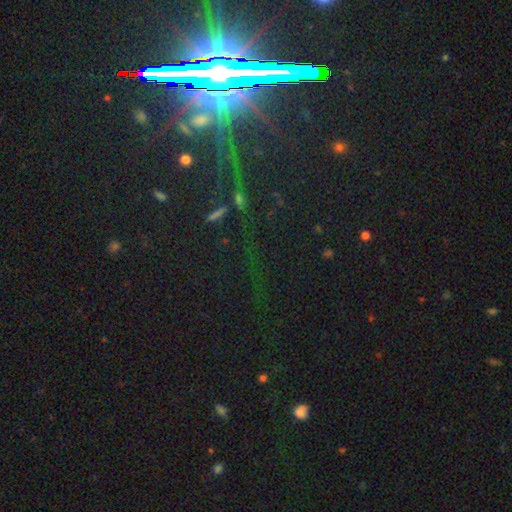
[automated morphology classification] Overall: star or artifact (79%).